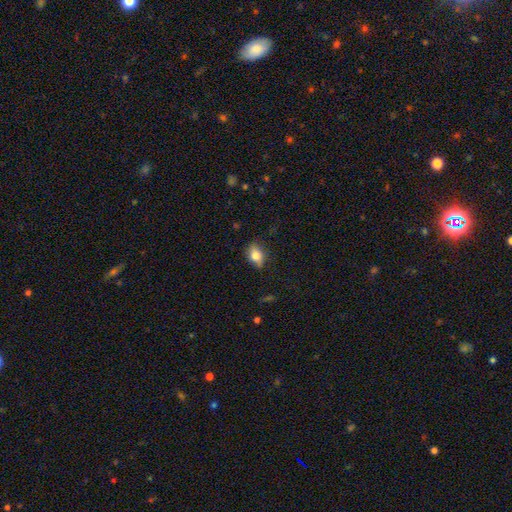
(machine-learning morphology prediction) Smooth or featured? Predicted: smooth (p=0.78). How rounded? Predicted: in between (p=0.73). Merging? Predicted: none (p=0.73).